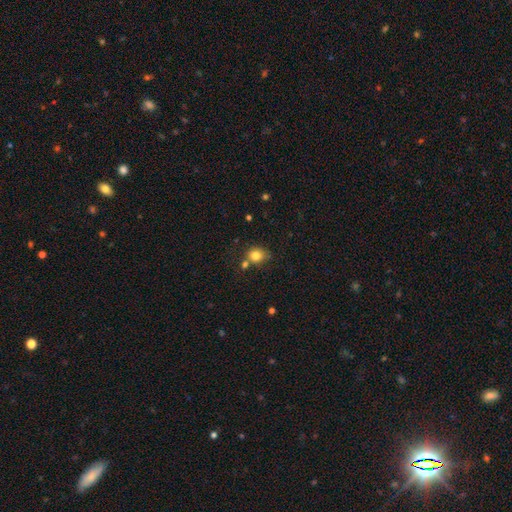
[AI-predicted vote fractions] Smooth or featured?
  - smooth: 81% *
  - star or artifact: 11%
  - featured or disk: 8%
How rounded?
  - round: 70% *
  - in between: 29%
  - cigar-shaped: 1%
Merging?
  - none: 63% *
  - minor disturbance: 17%
  - merger: 16%
  - major disturbance: 5%